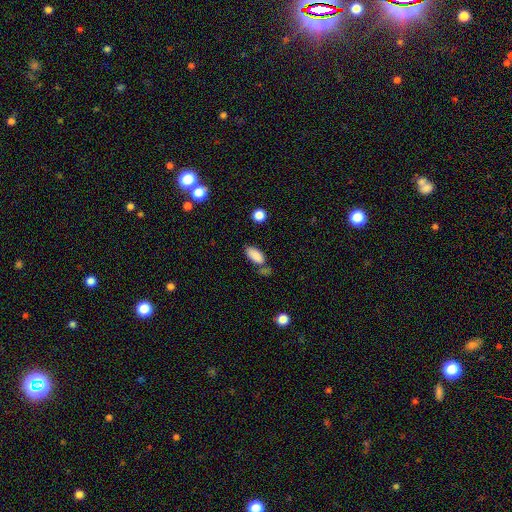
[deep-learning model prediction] This appears to be a smooth galaxy with no disk features (86%) that is in between round and cigar-shaped (90%). Merging: none (59%).